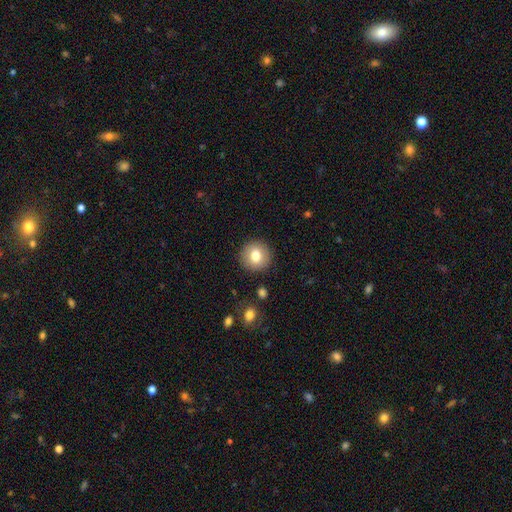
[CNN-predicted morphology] This appears to be a smooth galaxy with no disk features (78%) that is round (92%). Merging: none (90%).